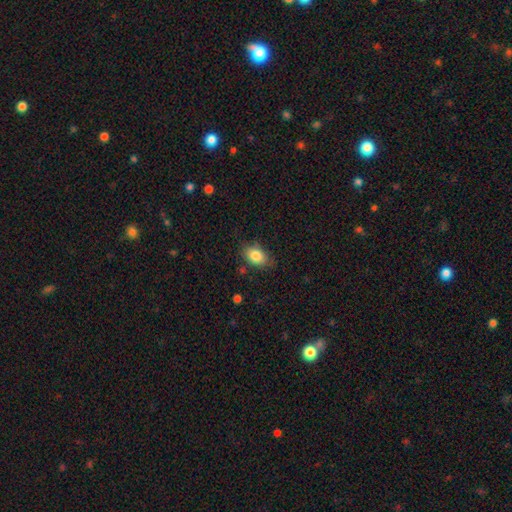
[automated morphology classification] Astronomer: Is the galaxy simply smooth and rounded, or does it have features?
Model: smooth — 84%.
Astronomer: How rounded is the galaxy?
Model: in between — 85%.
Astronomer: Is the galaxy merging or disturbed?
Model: none — 76%.